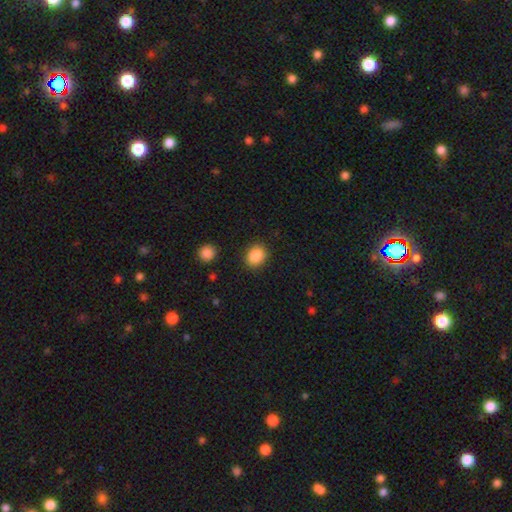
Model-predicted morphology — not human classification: Smooth or featured?
  - smooth: 87% *
  - star or artifact: 9%
  - featured or disk: 4%
How rounded?
  - round: 59% *
  - in between: 40%
  - cigar-shaped: 1%
Merging?
  - none: 88% *
  - minor disturbance: 8%
  - major disturbance: 2%
  - merger: 2%